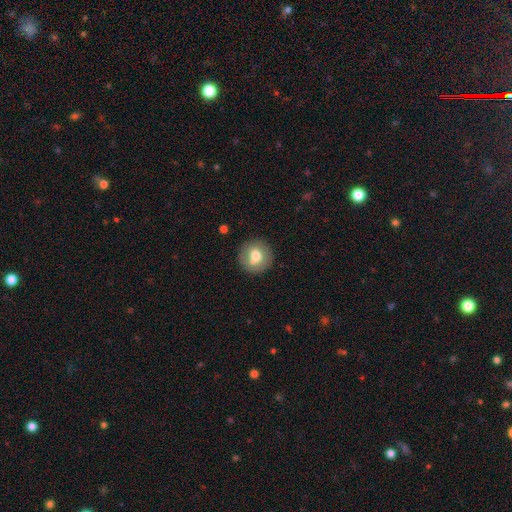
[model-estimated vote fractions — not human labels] Smooth or featured?
  - smooth: 70% *
  - featured or disk: 22%
  - star or artifact: 9%
How rounded?
  - round: 91% *
  - in between: 8%
  - cigar-shaped: 1%
Merging?
  - none: 72% *
  - merger: 12%
  - minor disturbance: 12%
  - major disturbance: 4%